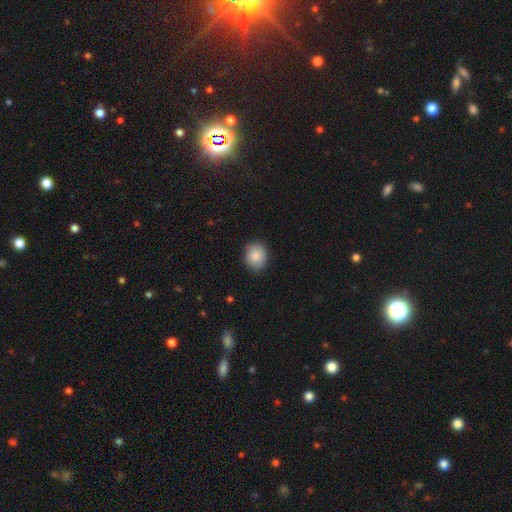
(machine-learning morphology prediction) A smooth galaxy with no disk features (86%) that is round (64%).

Vote fractions:
- Smooth or featured? smooth: 86% / star or artifact: 7% / featured or disk: 7%
- How rounded? round: 64% / in between: 35% / cigar-shaped: 1%
- Merging? none: 84% / minor disturbance: 13% / major disturbance: 2% / merger: 1%